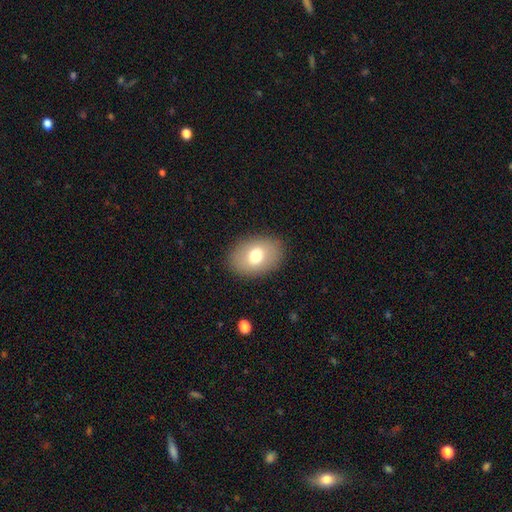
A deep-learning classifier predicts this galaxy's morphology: Overall: smooth (72%). How rounded: in between (80%). Merging: none (87%).